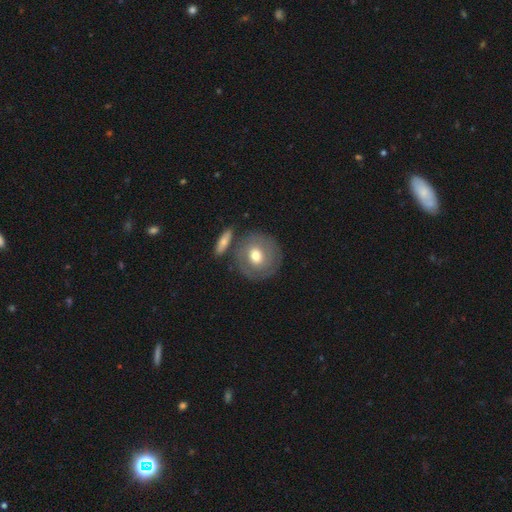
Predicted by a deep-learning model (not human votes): A smooth galaxy with no disk features (49%).

Vote fractions:
- Smooth or featured? smooth: 49% / featured or disk: 44% / star or artifact: 6%
- Merging? none: 75% / minor disturbance: 12% / merger: 8% / major disturbance: 5%